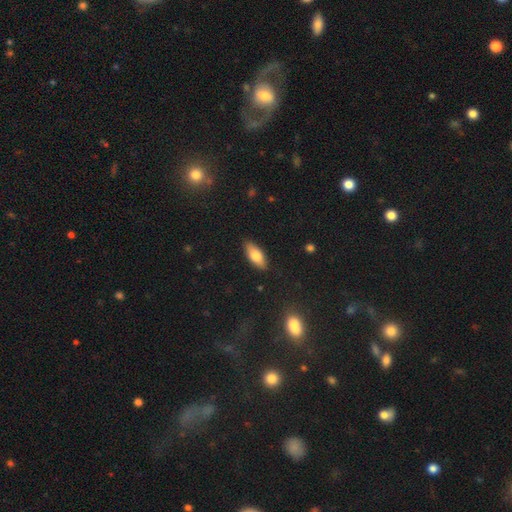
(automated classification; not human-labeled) Overall: smooth (76%). How rounded: in between (78%). Merging: none (88%).